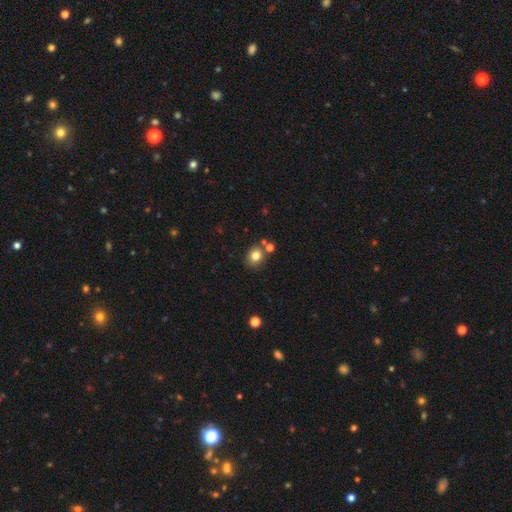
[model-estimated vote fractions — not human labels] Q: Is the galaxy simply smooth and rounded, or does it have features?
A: smooth — 80%.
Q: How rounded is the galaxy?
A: round — 73%.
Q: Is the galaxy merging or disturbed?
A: none — 72%.